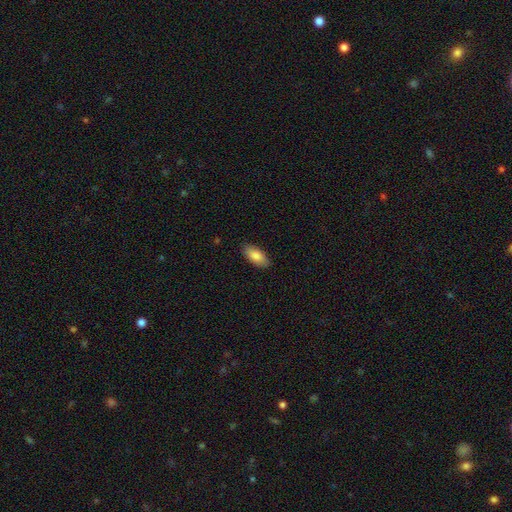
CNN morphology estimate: Smooth or featured: smooth — 85% (featured or disk — 9%)
How rounded: in between — 89% (cigar-shaped — 8%)
Merging: none — 87% (minor disturbance — 10%)